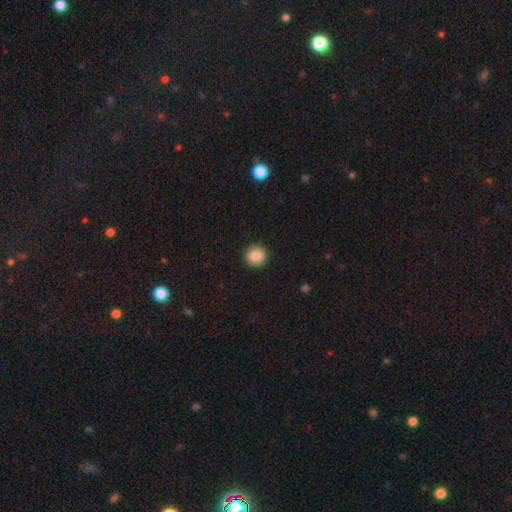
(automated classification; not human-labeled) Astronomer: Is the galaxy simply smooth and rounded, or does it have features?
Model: smooth — 86%.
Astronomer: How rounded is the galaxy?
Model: round — 89%.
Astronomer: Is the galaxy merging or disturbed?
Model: none — 91%.